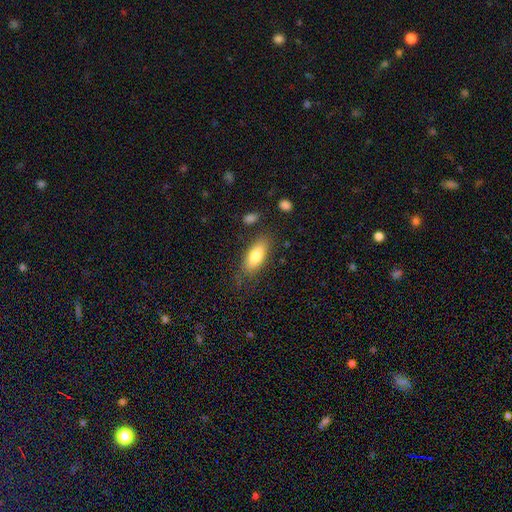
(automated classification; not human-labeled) Smooth or featured: smooth — 80% (featured or disk — 13%)
How rounded: in between — 81% (cigar-shaped — 17%)
Merging: none — 75% (minor disturbance — 16%)